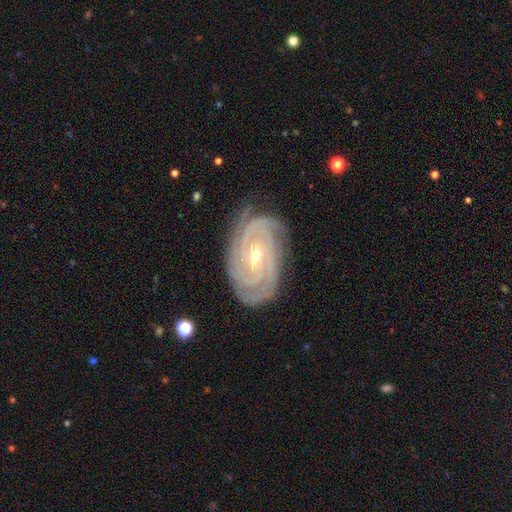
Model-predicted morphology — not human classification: Smooth or featured? featured or disk (92%)
Edge-on disk? no (97%)
Bar? weak (45%)
Spiral arms? yes (99%)
Spiral winding? tight (83%)
Spiral arm count? 3 (31%)
Bulge size? small (56%)
Merging? none (79%)